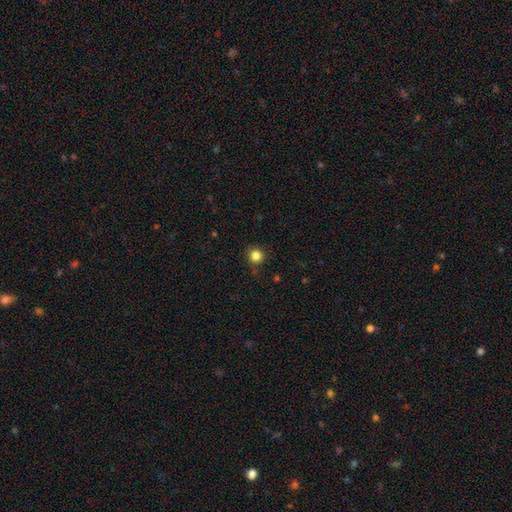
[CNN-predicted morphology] smooth 84%, star or artifact 12%, featured or disk 4%. Down the decision tree: how rounded — round (94%); merging — none (86%).